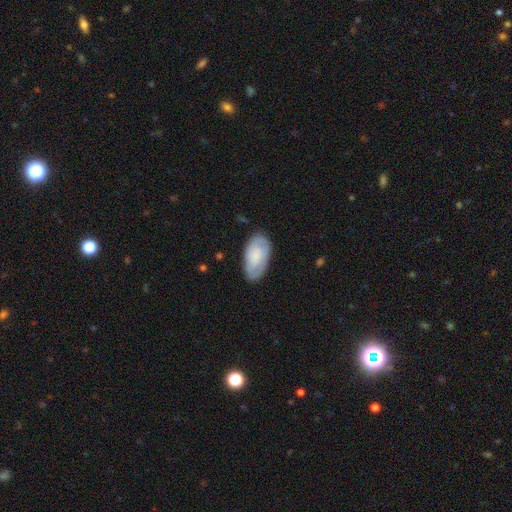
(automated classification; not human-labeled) This appears to be a smooth galaxy with no disk features (57%) that is in between round and cigar-shaped (95%). Merging: none (78%).